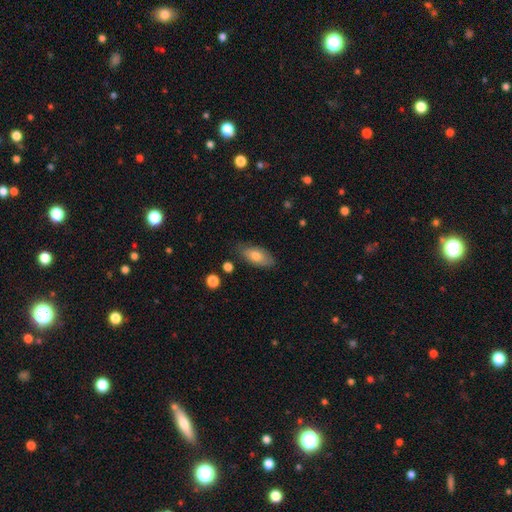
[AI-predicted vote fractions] This is likely a smooth galaxy (73%). How rounded: clearly in between (87%). Merging: likely none (78%).